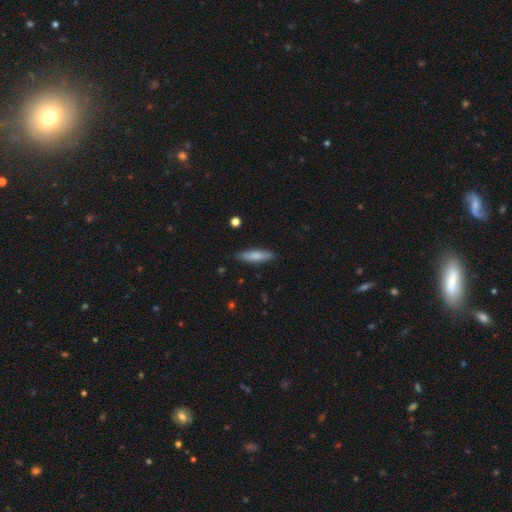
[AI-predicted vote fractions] Q: Smooth or featured?
A: smooth (79%); runner-up: featured or disk (15%)
Q: How rounded?
A: cigar-shaped (70%); runner-up: in between (29%)
Q: Merging?
A: none (85%); runner-up: minor disturbance (12%)